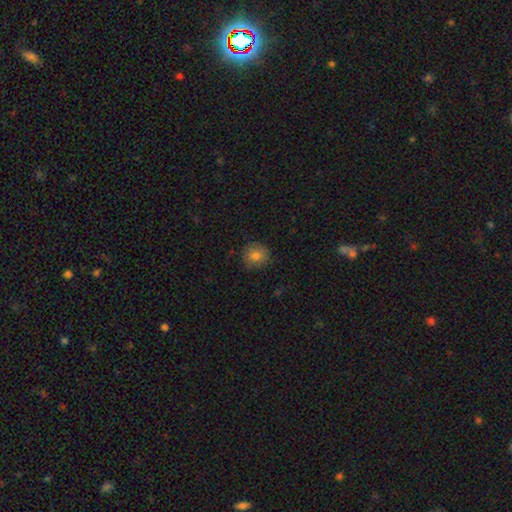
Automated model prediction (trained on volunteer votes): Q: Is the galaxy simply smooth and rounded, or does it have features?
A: smooth — 81%.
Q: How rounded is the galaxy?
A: round — 89%.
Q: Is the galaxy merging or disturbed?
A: none — 85%.